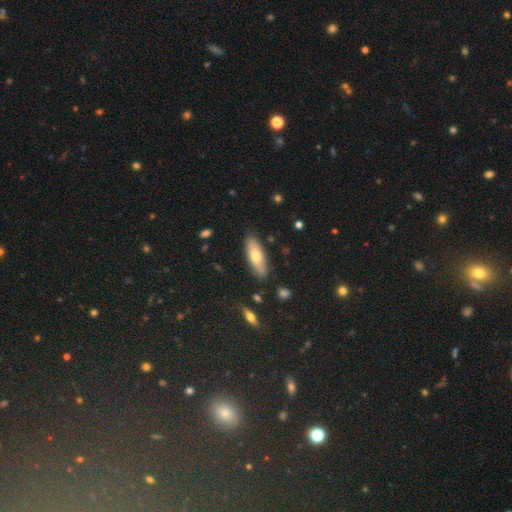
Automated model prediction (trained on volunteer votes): Smooth or featured?
  - smooth: 63% *
  - featured or disk: 30%
  - star or artifact: 6%
How rounded?
  - in between: 62% *
  - cigar-shaped: 36%
  - round: 2%
Merging?
  - none: 83% *
  - minor disturbance: 13%
  - major disturbance: 2%
  - merger: 2%